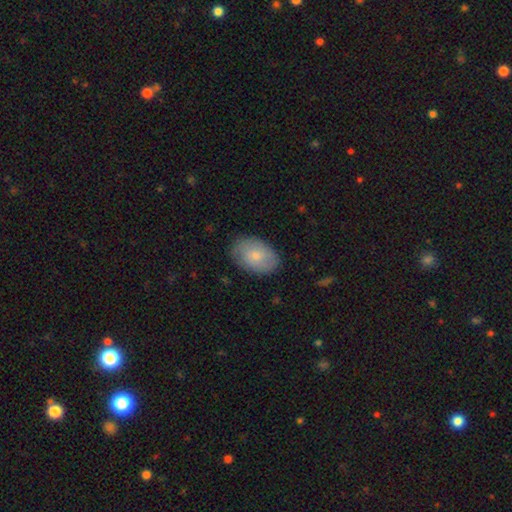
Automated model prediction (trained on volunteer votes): smooth-or-featured: smooth: 70% | featured or disk: 24% | star or artifact: 6%
  how-rounded: in between: 87% | round: 12% | cigar-shaped: 1%
  merging: none: 82% | minor disturbance: 14% | major disturbance: 3% | merger: 1%